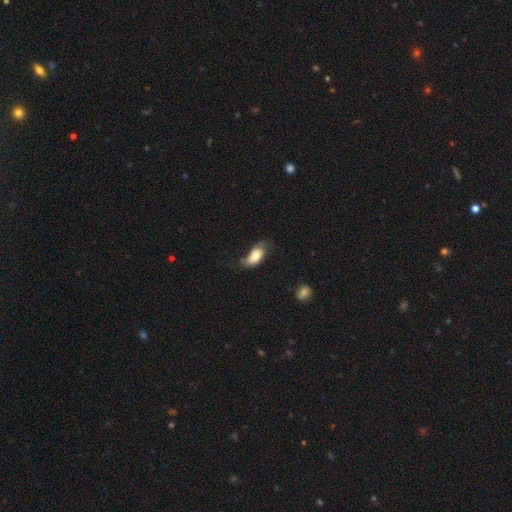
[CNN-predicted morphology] Overall: smooth (74%). How rounded: in between (90%). Merging: none (47%; minor disturbance 33%).